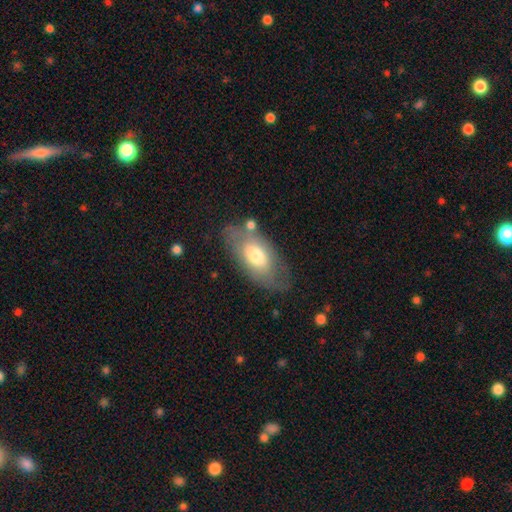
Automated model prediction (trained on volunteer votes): Smooth or featured? smooth (60%)
How rounded? in between (91%)
Merging? none (65%)